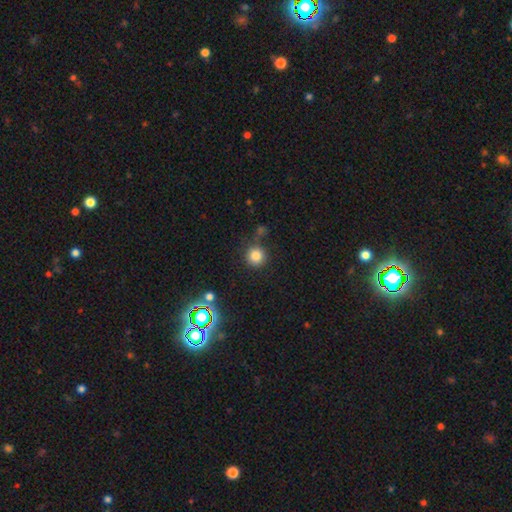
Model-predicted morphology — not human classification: smooth_or_featured: smooth (p=0.81) [alt: star or artifact p=0.14]
how_rounded: round (p=0.94) [alt: in between p=0.05]
merging: none (p=0.80) [alt: minor disturbance p=0.09]